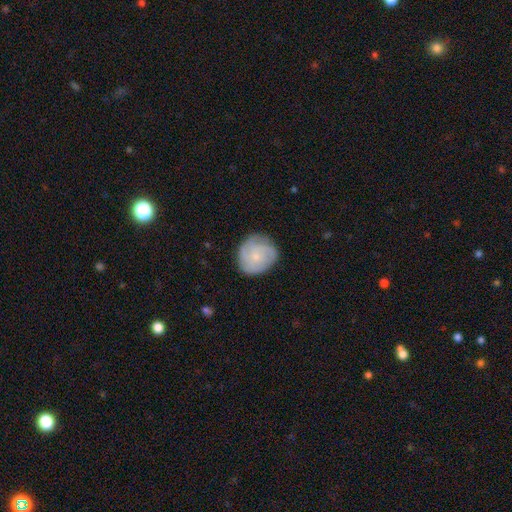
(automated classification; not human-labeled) featured or disk 56%, smooth 37%, star or artifact 6%. Down the decision tree: edge-on disk — no (98%); bar — no (79%); spiral arms — yes (90%); bulge size — small (65%); merging — none (75%).